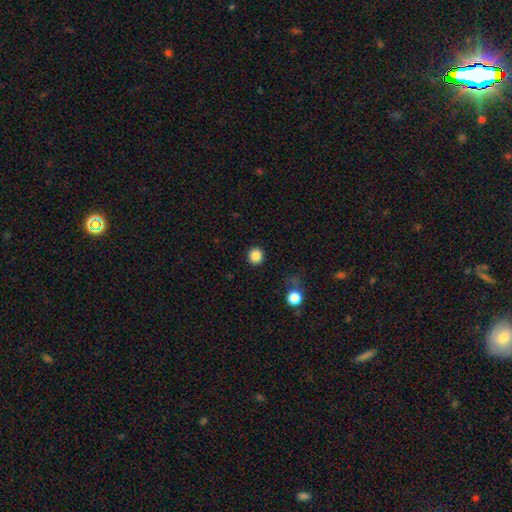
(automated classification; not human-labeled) Q: Smooth or featured?
A: smooth (86%); runner-up: star or artifact (10%)
Q: How rounded?
A: round (93%); runner-up: in between (6%)
Q: Merging?
A: none (91%); runner-up: minor disturbance (5%)